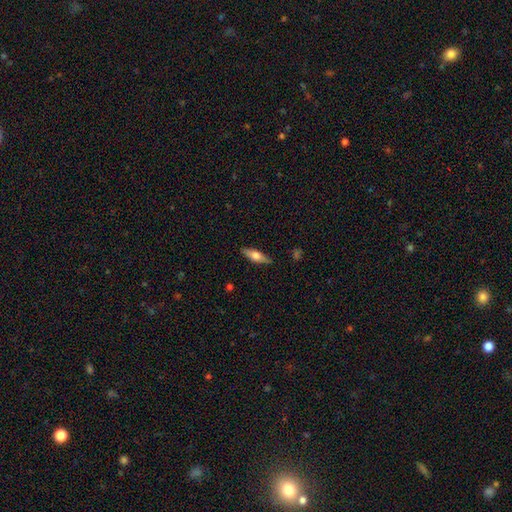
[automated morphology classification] The model was most divided on "smooth or featured": smooth: 50%, featured or disk: 44%, star or artifact: 6%. More confident: merging — none (87%).